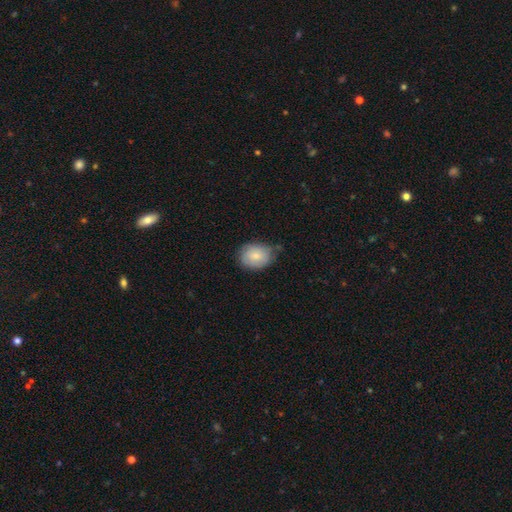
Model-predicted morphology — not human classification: This appears to be a smooth galaxy with no disk features (78%) that is in between round and cigar-shaped (63%). Merging: none (62%).